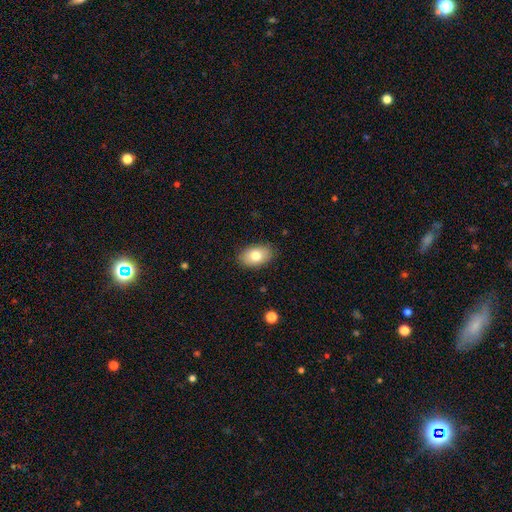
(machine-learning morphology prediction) Smooth or featured? smooth (78%)
How rounded? in between (88%)
Merging? none (87%)